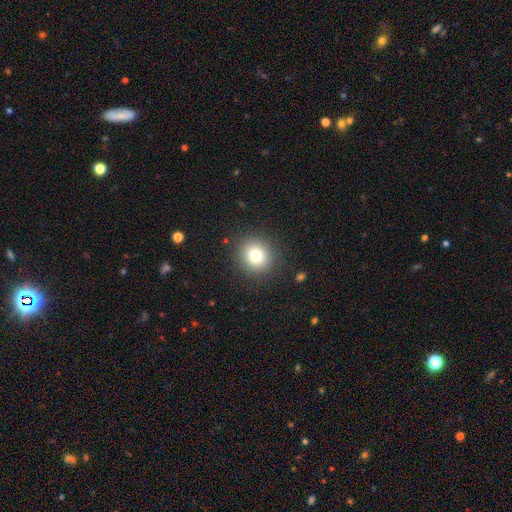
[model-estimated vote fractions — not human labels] smooth 78%, star or artifact 12%, featured or disk 9%. Down the decision tree: how rounded — round (87%); merging — none (89%).